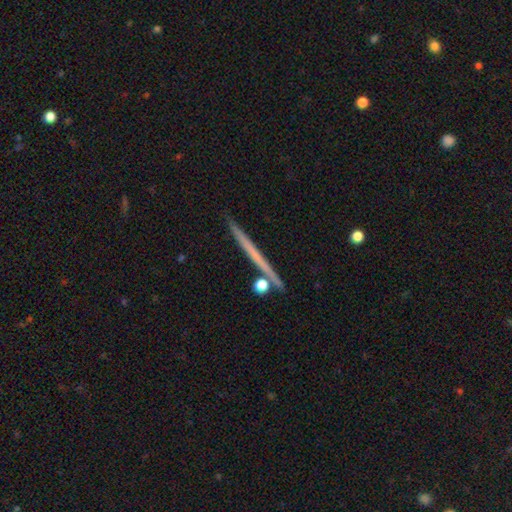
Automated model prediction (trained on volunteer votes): Smooth or featured?
  - featured or disk: 52% *
  - smooth: 41%
  - star or artifact: 7%
Edge-on disk?
  - yes: 97% *
  - no: 3%
Edge-on bulge?
  - none: 91% *
  - rounded: 6%
  - boxy: 3%
Merging?
  - none: 89% *
  - minor disturbance: 7%
  - merger: 3%
  - major disturbance: 2%